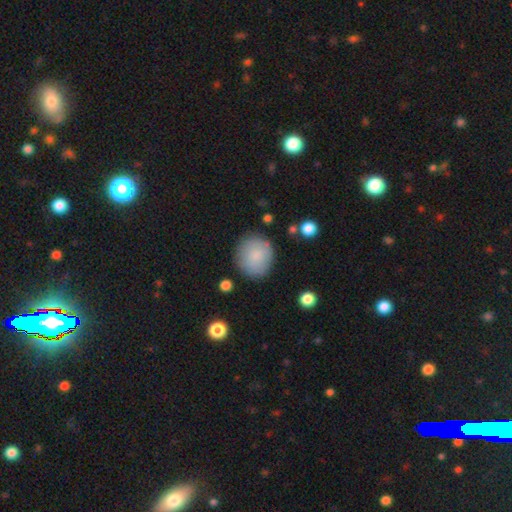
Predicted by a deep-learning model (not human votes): The model was most divided on "merging": none: 83%, minor disturbance: 12%, major disturbance: 3%, merger: 2%. More confident: how rounded — round (86%); smooth or featured — smooth (84%).